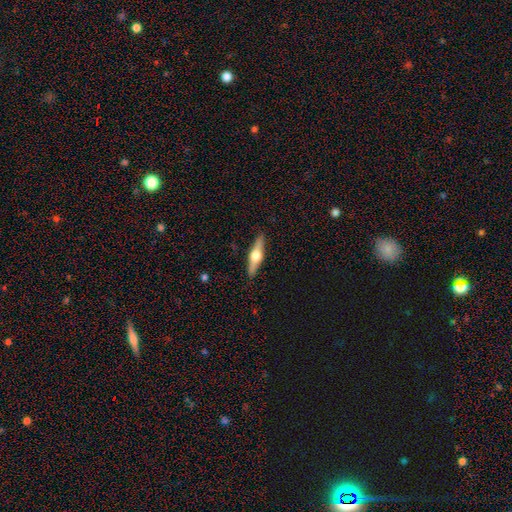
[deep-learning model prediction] Overall: featured or disk (69%). Edge-on disk: yes (97%). Edge-on bulge: rounded (95%). Merging: none (91%).